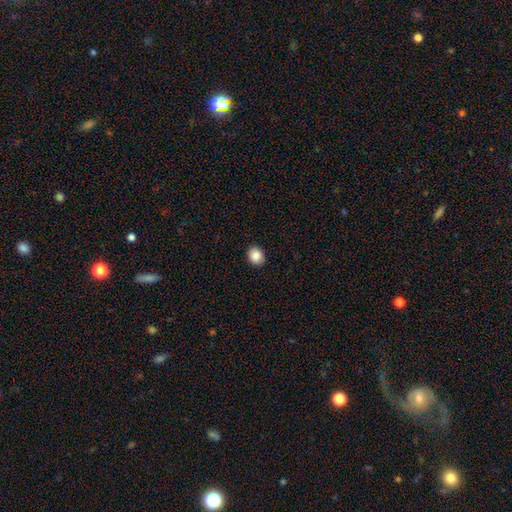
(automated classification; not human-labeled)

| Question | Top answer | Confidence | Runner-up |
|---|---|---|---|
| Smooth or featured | smooth | 87% | star or artifact (8%) |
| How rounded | round | 52% | in between (47%) |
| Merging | none | 90% | minor disturbance (7%) |